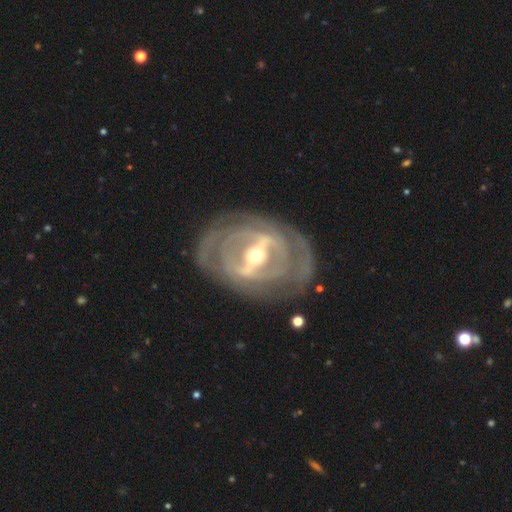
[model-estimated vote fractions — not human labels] Overall: featured or disk (87%). Edge-on disk: no (93%). Bar: strong (70%). Spiral arms: yes (71%). Spiral arm count: can't tell (42%; 2 32%). Spiral winding: tight (69%). Bulge size: moderate (54%; small 40%). Merging: none (76%).